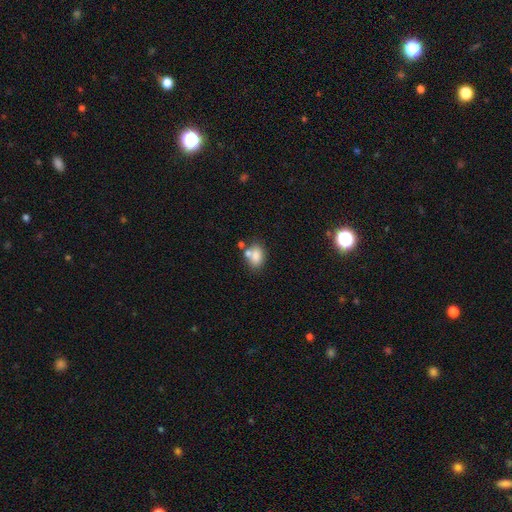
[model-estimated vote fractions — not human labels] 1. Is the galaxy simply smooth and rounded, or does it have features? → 79% smooth, 11% featured or disk, 10% star or artifact.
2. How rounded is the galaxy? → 80% in between, 19% round, 2% cigar-shaped.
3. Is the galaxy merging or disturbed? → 54% none, 26% merger, 16% minor disturbance, 5% major disturbance.